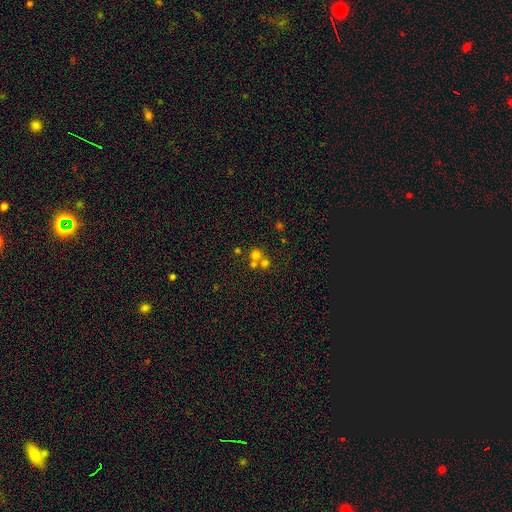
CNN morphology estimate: The model was most divided on "merging": merger: 47%, none: 44%, minor disturbance: 5%, major disturbance: 3%. More confident: how rounded — round (87%); smooth or featured — smooth (63%).